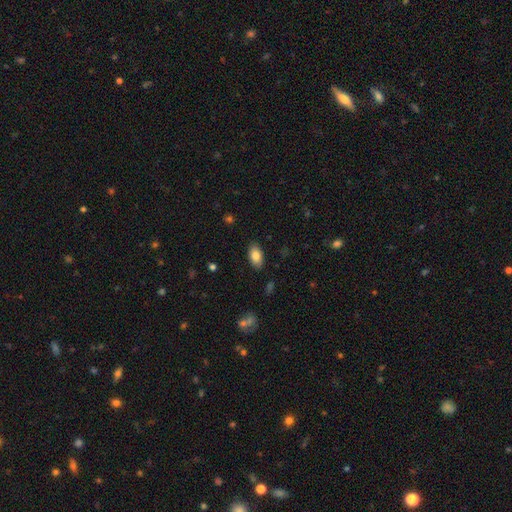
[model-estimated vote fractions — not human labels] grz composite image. It shows a smooth galaxy with no disk features (83%) that is in between round and cigar-shaped (93%). Merging: none (87%).